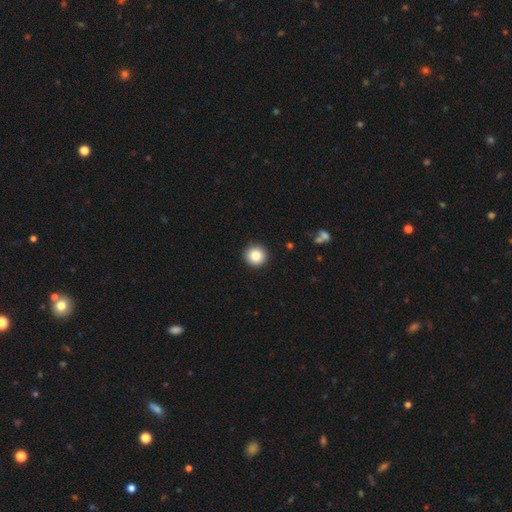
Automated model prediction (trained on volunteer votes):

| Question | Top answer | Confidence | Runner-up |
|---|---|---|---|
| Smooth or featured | smooth | 85% | star or artifact (9%) |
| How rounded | round | 95% | in between (4%) |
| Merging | none | 93% | minor disturbance (5%) |